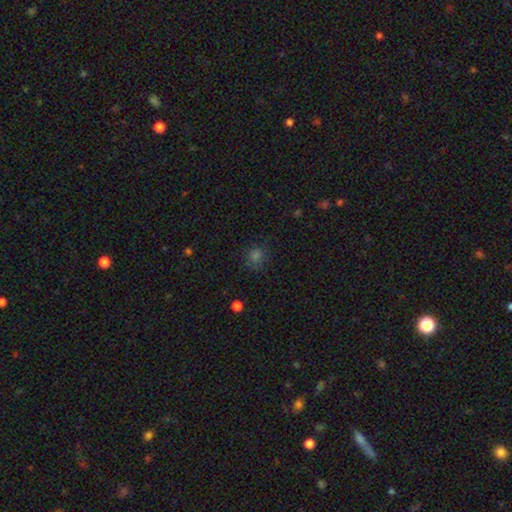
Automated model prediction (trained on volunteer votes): Smooth or featured? smooth (69%)
How rounded? round (81%)
Merging? none (81%)